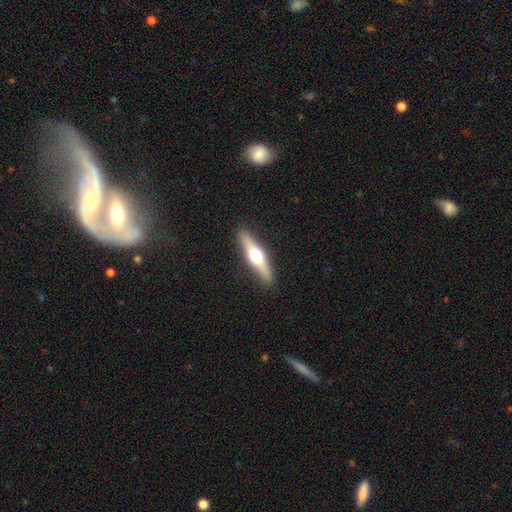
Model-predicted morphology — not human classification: Q: Smooth or featured?
A: featured or disk (62%); runner-up: smooth (33%)
Q: Edge-on disk?
A: yes (95%); runner-up: no (5%)
Q: Edge-on bulge?
A: rounded (96%); runner-up: boxy (2%)
Q: Merging?
A: none (91%); runner-up: minor disturbance (7%)